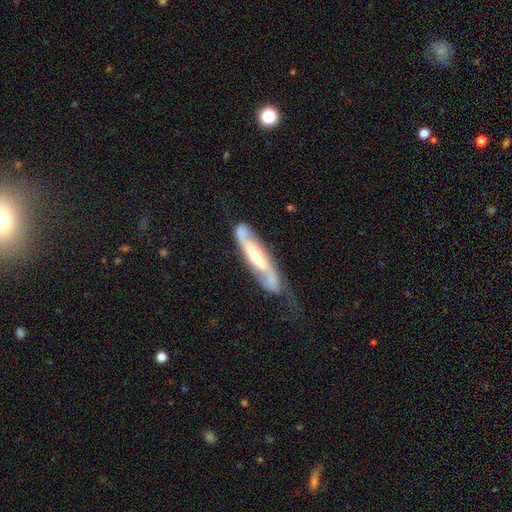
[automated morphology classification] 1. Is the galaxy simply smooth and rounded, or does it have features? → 78% featured or disk, 17% smooth, 5% star or artifact.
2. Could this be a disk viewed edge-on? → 70% no, 30% yes.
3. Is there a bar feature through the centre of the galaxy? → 39% strong, 33% weak, 28% no.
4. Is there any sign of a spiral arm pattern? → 91% yes, 9% no.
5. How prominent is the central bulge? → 55% moderate, 28% small, 12% large, 3% none, 2% dominant.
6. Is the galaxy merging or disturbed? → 47% none, 31% minor disturbance, 19% major disturbance, 3% merger.